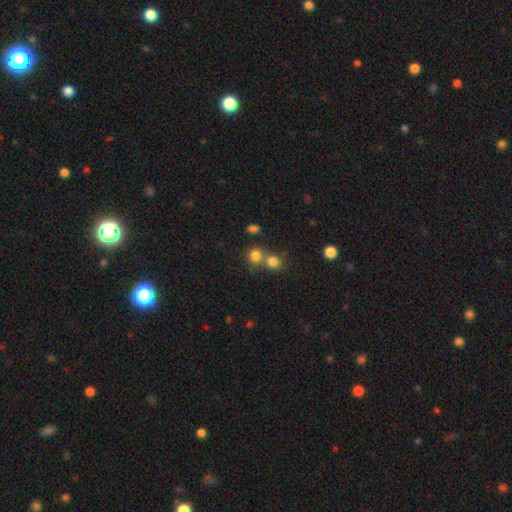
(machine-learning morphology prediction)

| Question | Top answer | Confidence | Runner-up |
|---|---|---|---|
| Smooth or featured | smooth | 80% | star or artifact (14%) |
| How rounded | round | 82% | in between (17%) |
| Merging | none | 51% | merger (39%) |